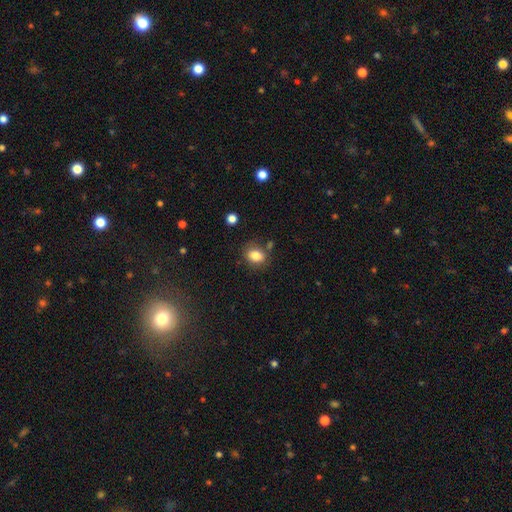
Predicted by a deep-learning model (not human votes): Overall: smooth (83%). How rounded: in between (67%; round 32%). Merging: none (73%).